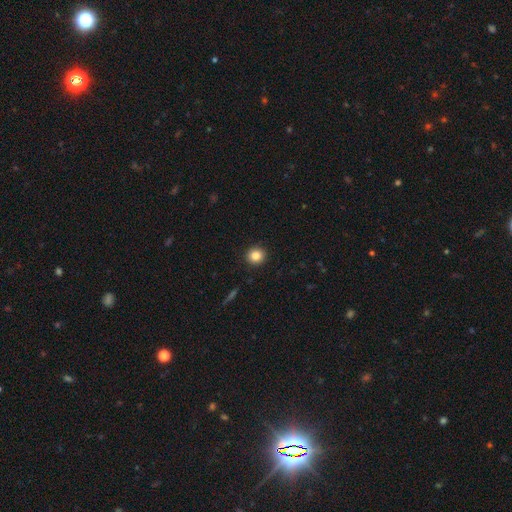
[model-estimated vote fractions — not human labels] This appears to be a smooth galaxy with no disk features (84%) that is round (89%). Merging: none (92%).